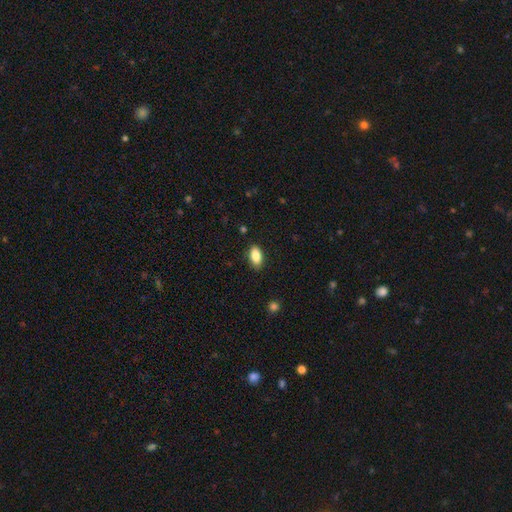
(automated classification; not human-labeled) This is clearly a smooth galaxy (87%). How rounded: clearly in between (91%). Merging: clearly none (85%).